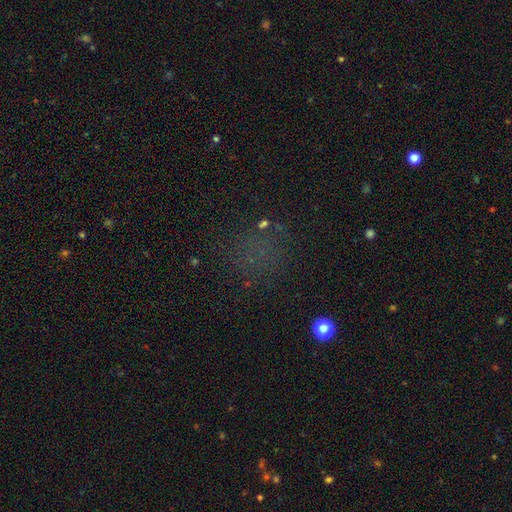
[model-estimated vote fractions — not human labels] smooth-or-featured: star or artifact: 44% (tied) | smooth: 44% (tied) | featured or disk: 11%